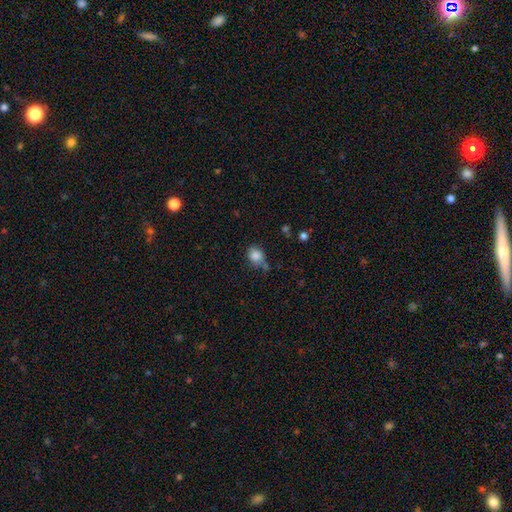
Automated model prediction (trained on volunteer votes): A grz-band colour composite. It shows a smooth galaxy with no disk features (85%) that is round (68%). Merging: none (61%).